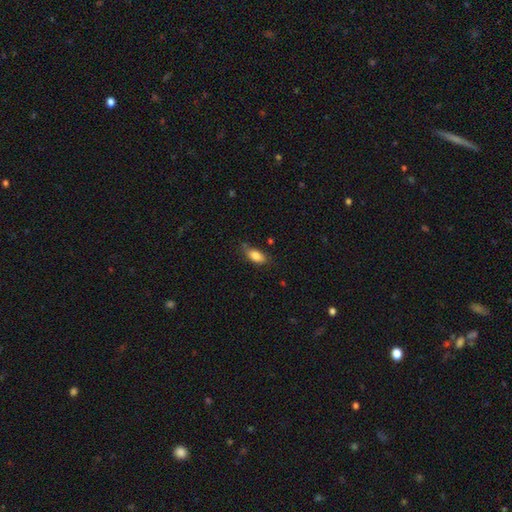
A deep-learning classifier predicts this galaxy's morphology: smooth 83%, featured or disk 9%, star or artifact 7%. Down the decision tree: how rounded — in between (85%); merging — none (67%).